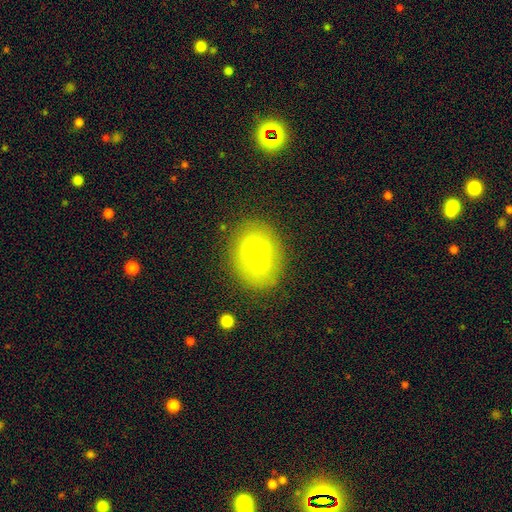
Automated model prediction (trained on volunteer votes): A smooth galaxy with no disk features (55%) that is round (51%).

Vote fractions:
- Smooth or featured? smooth: 55% / featured or disk: 33% / star or artifact: 12%
- How rounded? round: 51% / in between: 48% / cigar-shaped: 1%
- Merging? none: 68% / merger: 15% / minor disturbance: 13% / major disturbance: 4%